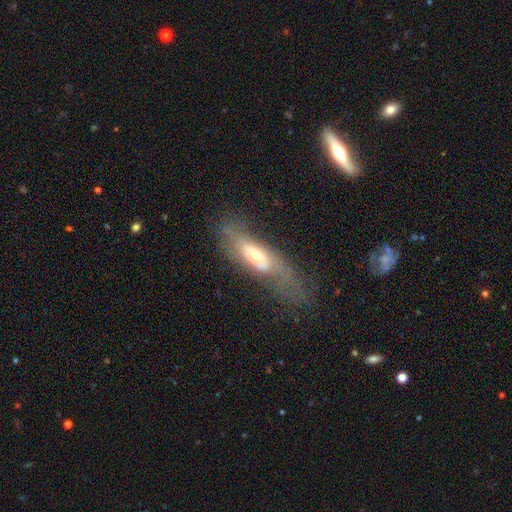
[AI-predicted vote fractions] This is possibly a featured or disk galaxy (60%). It is likely not viewed edge-on (68%). Merging: marginally none (42%).